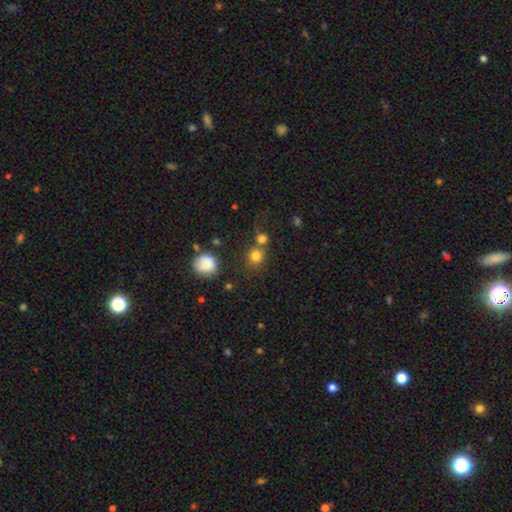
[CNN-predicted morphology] smooth_or_featured: smooth (p=0.79) [alt: star or artifact p=0.14]
how_rounded: round (p=0.86) [alt: in between p=0.13]
merging: none (p=0.61) [alt: merger p=0.25]